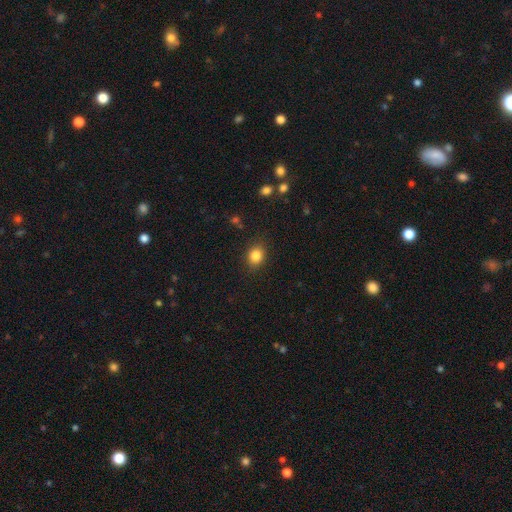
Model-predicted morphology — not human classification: type=smooth (84%); roundness=round (62%); merging=none (86%).